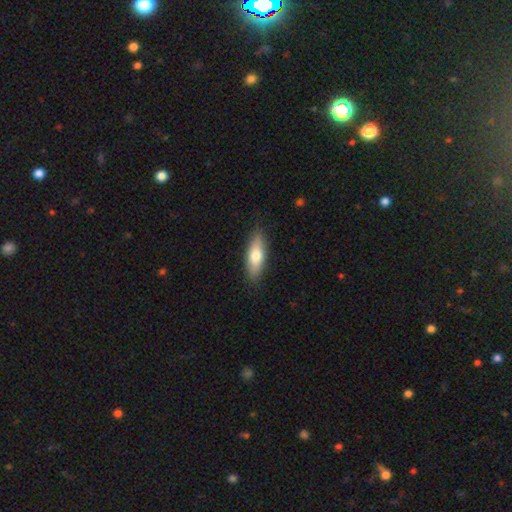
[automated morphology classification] A smooth galaxy with no disk features (70%) that is in between round and cigar-shaped (57%). Merging: none (86%).